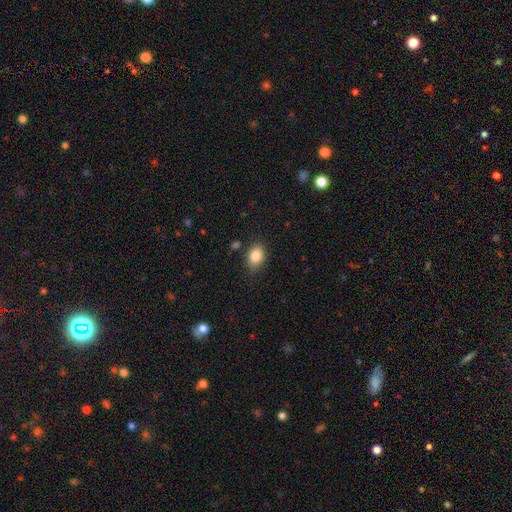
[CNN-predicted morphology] This is clearly a smooth galaxy (85%). How rounded: likely in between (75%). Merging: clearly none (82%).